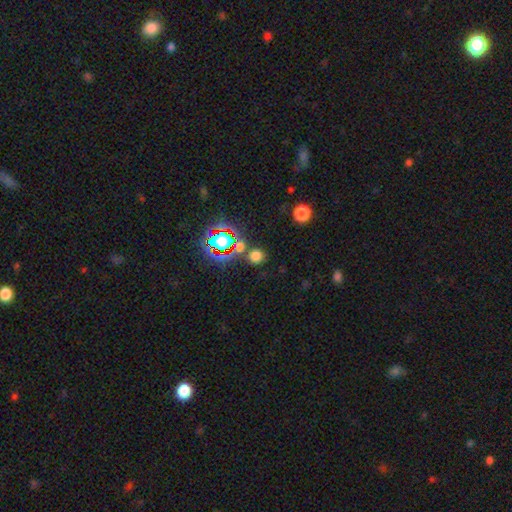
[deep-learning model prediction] Smooth or featured?
  - smooth: 67% *
  - star or artifact: 27%
  - featured or disk: 6%
How rounded?
  - round: 88% *
  - in between: 10%
  - cigar-shaped: 1%
Merging?
  - none: 78% *
  - merger: 10%
  - minor disturbance: 8%
  - major disturbance: 3%